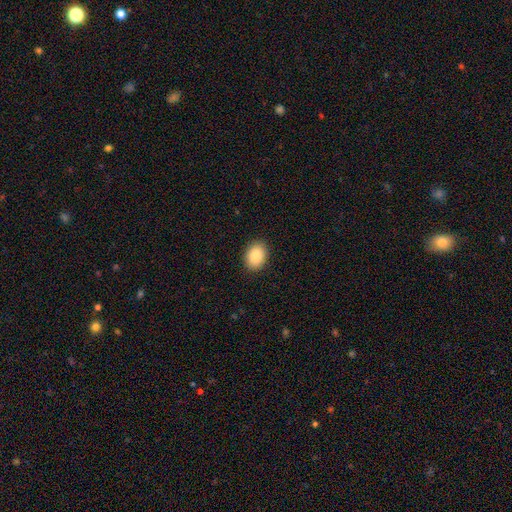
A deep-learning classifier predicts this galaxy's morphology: Smooth or featured: smooth — 87% (star or artifact — 7%)
How rounded: in between — 72% (round — 27%)
Merging: none — 90% (minor disturbance — 8%)